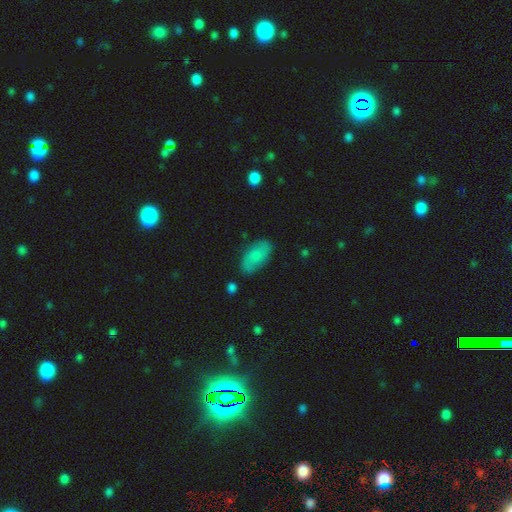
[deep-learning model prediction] Q: Smooth or featured?
A: smooth (67%); runner-up: featured or disk (25%)
Q: How rounded?
A: in between (93%); runner-up: round (4%)
Q: Merging?
A: none (78%); runner-up: minor disturbance (16%)